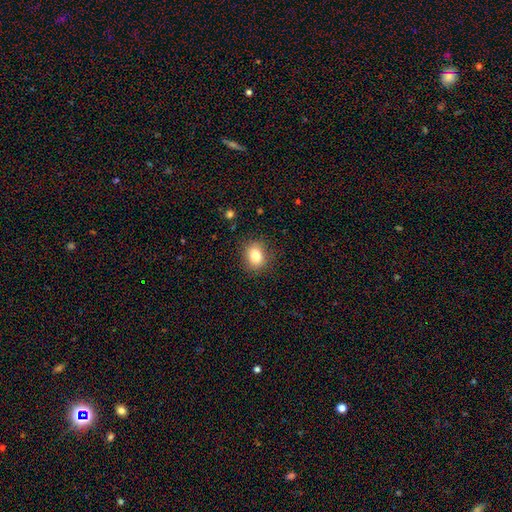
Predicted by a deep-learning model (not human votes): Smooth or featured? smooth (82%)
How rounded? round (54%)
Merging? none (86%)